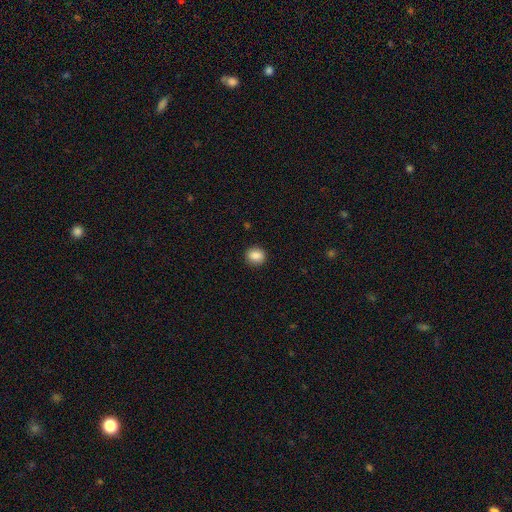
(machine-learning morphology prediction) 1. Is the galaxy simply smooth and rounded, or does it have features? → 87% smooth, 8% star or artifact, 5% featured or disk.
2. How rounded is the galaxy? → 69% round, 30% in between, 1% cigar-shaped.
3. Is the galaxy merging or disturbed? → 90% none, 7% minor disturbance, 2% major disturbance, 1% merger.